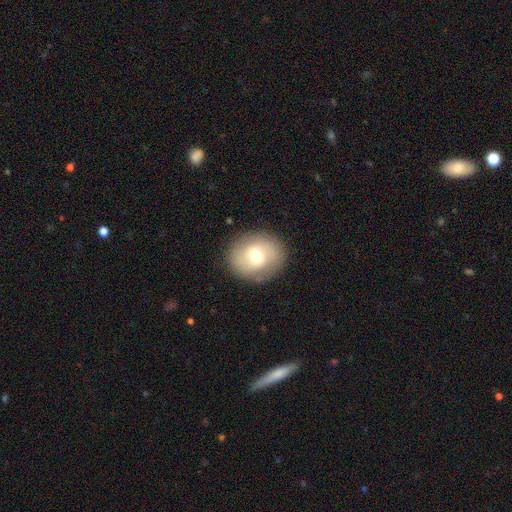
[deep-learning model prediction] The model was most divided on "smooth or featured": smooth: 60%, featured or disk: 31%, star or artifact: 9%. More confident: merging — none (85%); how rounded — round (76%).